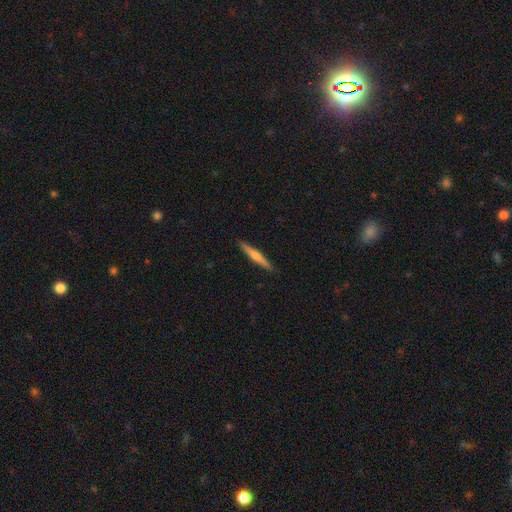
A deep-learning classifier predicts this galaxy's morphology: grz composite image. It shows a smooth galaxy with no disk features (49%). Merging: none (91%).